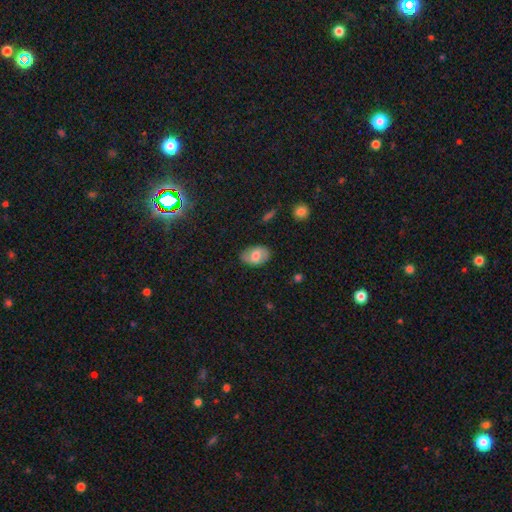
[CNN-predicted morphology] Smooth or featured? smooth (63%)
How rounded? in between (85%)
Merging? none (77%)